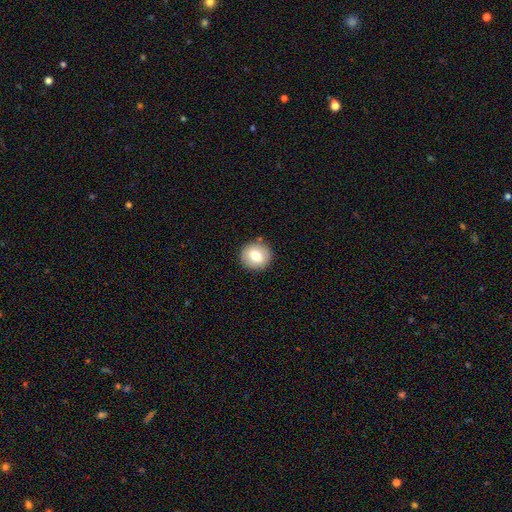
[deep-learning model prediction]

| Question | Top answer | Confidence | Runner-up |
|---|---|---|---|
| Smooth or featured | smooth | 76% | featured or disk (15%) |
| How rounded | round | 87% | in between (12%) |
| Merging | none | 87% | minor disturbance (8%) |